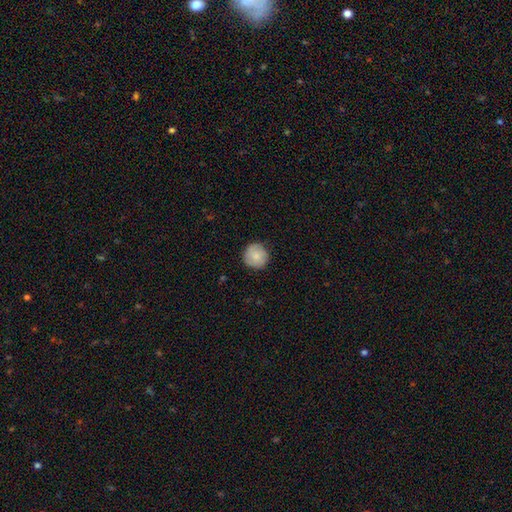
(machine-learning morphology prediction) Overall: smooth (81%). How rounded: round (94%). Merging: none (86%).